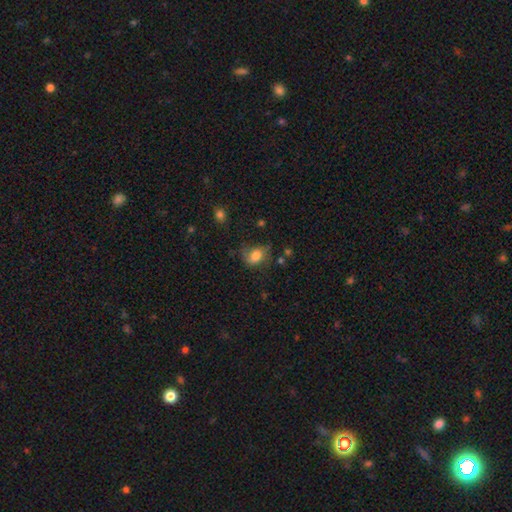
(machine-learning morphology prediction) smooth_or_featured: smooth (p=0.74) [alt: featured or disk p=0.16]
how_rounded: in between (p=0.66) [alt: round p=0.33]
merging: none (p=0.48) [alt: minor disturbance p=0.30]